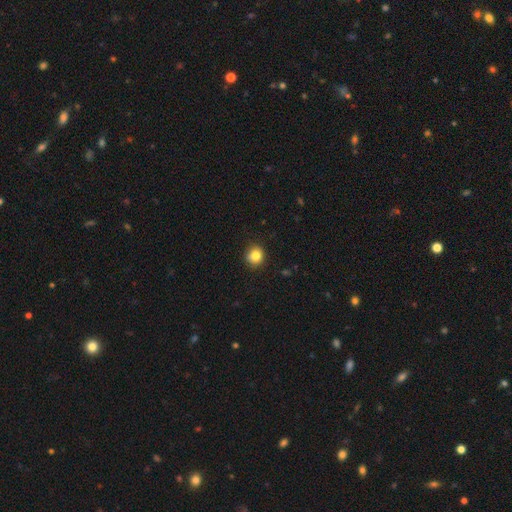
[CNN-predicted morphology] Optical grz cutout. It shows a smooth galaxy with no disk features (84%) that is round (89%). Merging: none (88%).